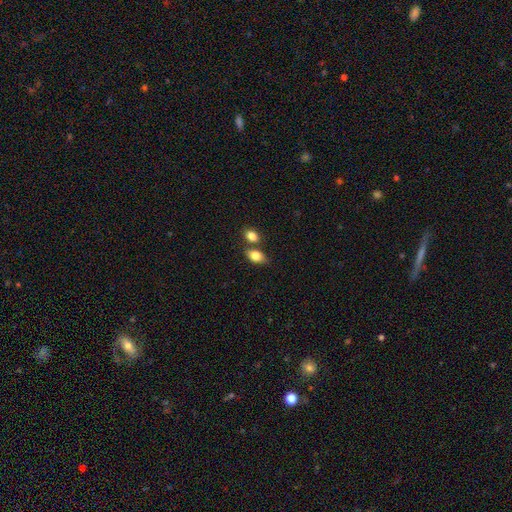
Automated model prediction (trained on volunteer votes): A smooth galaxy with no disk features (82%) that is in between round and cigar-shaped (81%).

Vote fractions:
- Smooth or featured? smooth: 82% / featured or disk: 10% / star or artifact: 8%
- How rounded? in between: 81% / round: 16% / cigar-shaped: 3%
- Merging? none: 54% / merger: 29% / minor disturbance: 13% / major disturbance: 4%